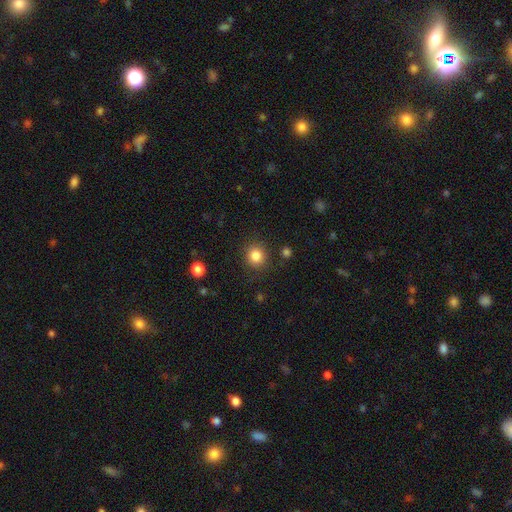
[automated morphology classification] Overall: smooth (85%). How rounded: round (87%). Merging: none (88%).